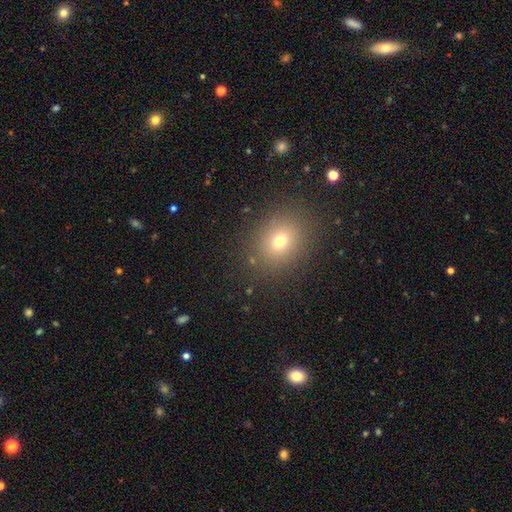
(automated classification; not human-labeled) smooth_or_featured: smooth (p=0.65) [alt: star or artifact p=0.26]
how_rounded: round (p=0.65) [alt: in between p=0.34]
merging: none (p=0.90) [alt: minor disturbance p=0.06]